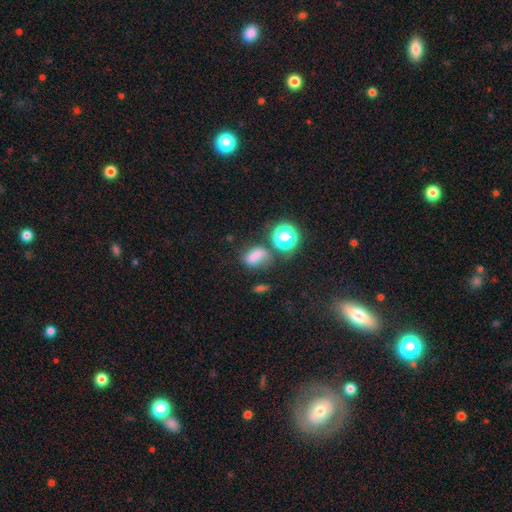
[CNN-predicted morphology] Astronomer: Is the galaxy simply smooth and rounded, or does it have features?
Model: smooth — 70%.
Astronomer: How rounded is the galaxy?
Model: in between — 62%.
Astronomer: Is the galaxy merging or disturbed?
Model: none — 52%.